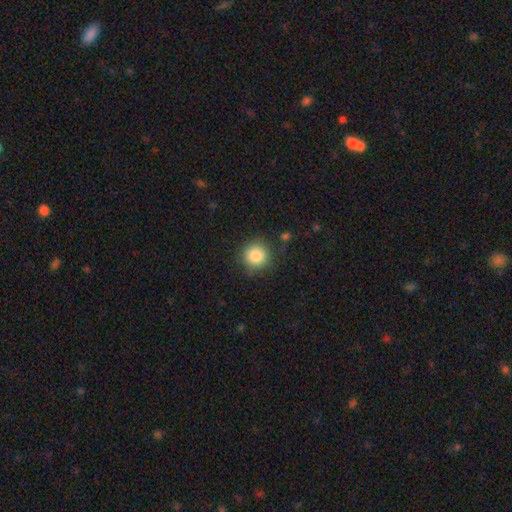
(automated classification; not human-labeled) Q: Smooth or featured?
A: smooth (85%); runner-up: star or artifact (10%)
Q: How rounded?
A: round (94%); runner-up: in between (5%)
Q: Merging?
A: none (85%); runner-up: minor disturbance (10%)